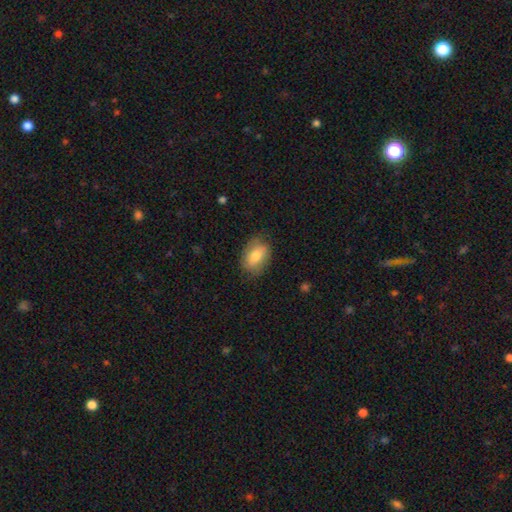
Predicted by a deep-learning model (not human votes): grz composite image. It shows a smooth galaxy with no disk features (74%) that is in between round and cigar-shaped (79%). Merging: none (76%).